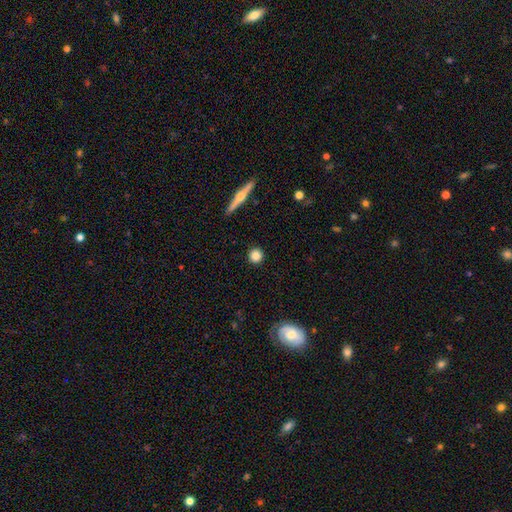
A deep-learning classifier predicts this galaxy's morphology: A smooth galaxy with no disk features (83%) that is round (94%).

Vote fractions:
- Smooth or featured? smooth: 83% / featured or disk: 9% / star or artifact: 8%
- How rounded? round: 94% / in between: 5% / cigar-shaped: 2%
- Merging? none: 92% / minor disturbance: 5% / major disturbance: 2% / merger: 1%